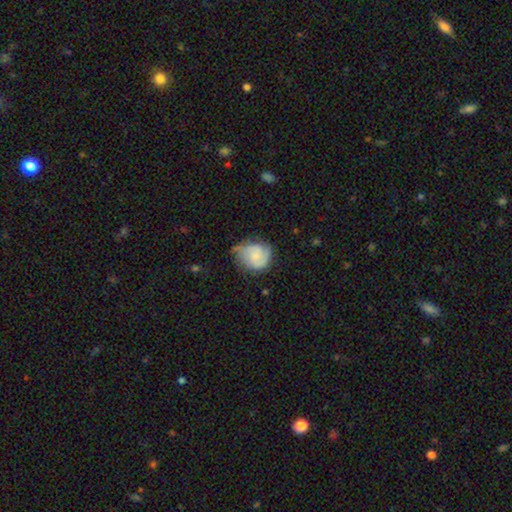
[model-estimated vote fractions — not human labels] featured or disk 59%, smooth 33%, star or artifact 7%. Down the decision tree: edge-on disk — no (98%); bar — no (69%); spiral arms — yes (90%); spiral arm count — 2 (50%); spiral winding — tight (51%); bulge size — small (41%); merging — none (50%).